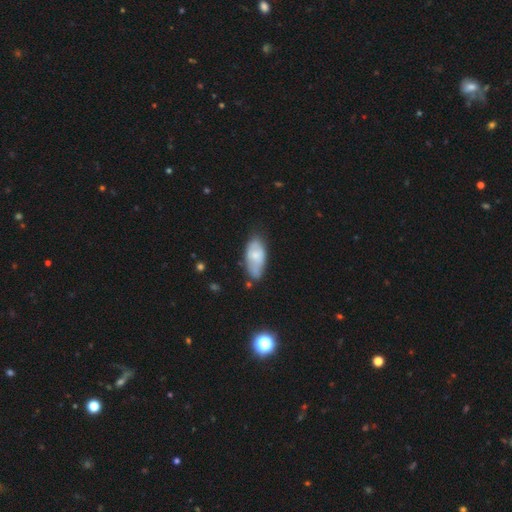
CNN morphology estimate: Smooth or featured: smooth — 63% (featured or disk — 30%)
How rounded: in between — 91% (cigar-shaped — 7%)
Merging: none — 57% (minor disturbance — 31%)